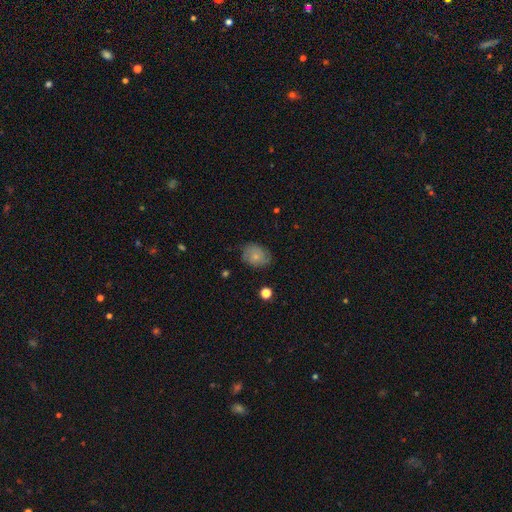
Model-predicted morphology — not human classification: Smooth or featured: smooth — 70% (featured or disk — 22%)
How rounded: in between — 55% (round — 44%)
Merging: none — 74% (minor disturbance — 20%)